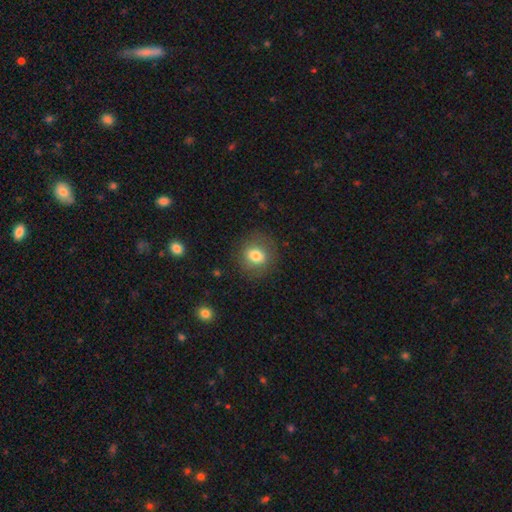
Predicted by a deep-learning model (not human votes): Smooth or featured? smooth (77%)
How rounded? round (71%)
Merging? none (81%)